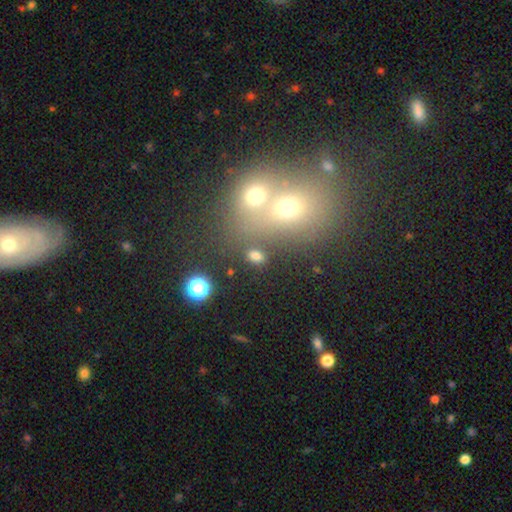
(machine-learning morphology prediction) The model was most divided on "how rounded": in between: 57%, round: 41%, cigar-shaped: 2%. More confident: smooth or featured — smooth (71%); merging — none (62%).